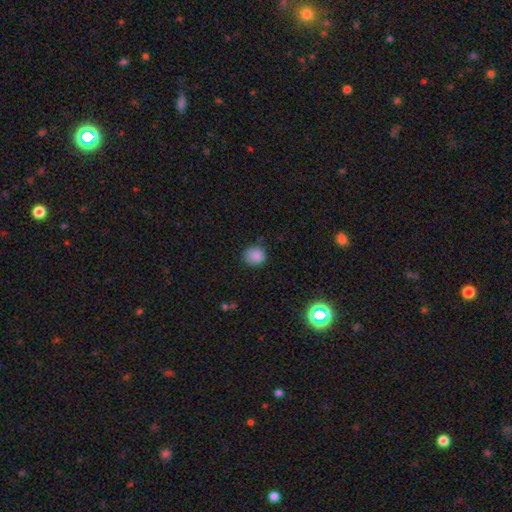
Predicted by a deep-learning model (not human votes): Smooth or featured?
  - smooth: 85% *
  - star or artifact: 10%
  - featured or disk: 5%
How rounded?
  - round: 88% *
  - in between: 11%
  - cigar-shaped: 1%
Merging?
  - none: 82% *
  - minor disturbance: 13%
  - major disturbance: 3%
  - merger: 2%